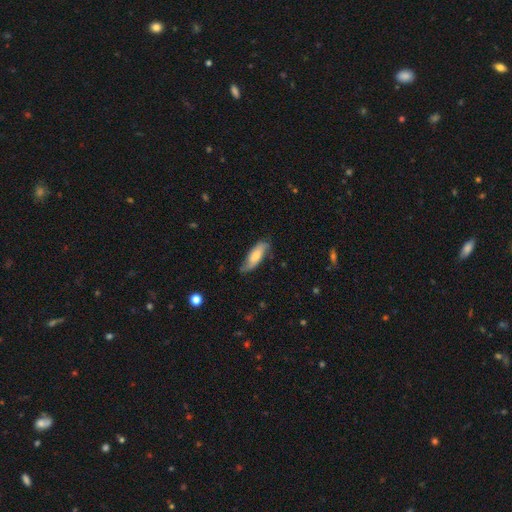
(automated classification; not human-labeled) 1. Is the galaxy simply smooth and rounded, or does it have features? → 59% smooth, 35% featured or disk, 6% star or artifact.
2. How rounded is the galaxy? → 60% in between, 38% cigar-shaped, 2% round.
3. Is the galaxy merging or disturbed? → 68% none, 26% minor disturbance, 5% major disturbance, 2% merger.